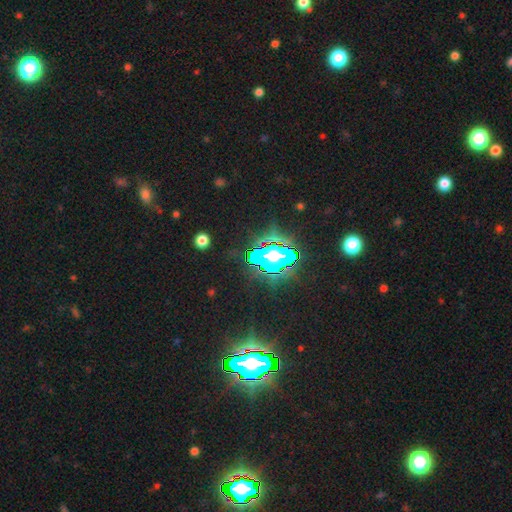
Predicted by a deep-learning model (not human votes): The model was most divided on "smooth or featured": star or artifact: 66%, smooth: 20%, featured or disk: 14%.